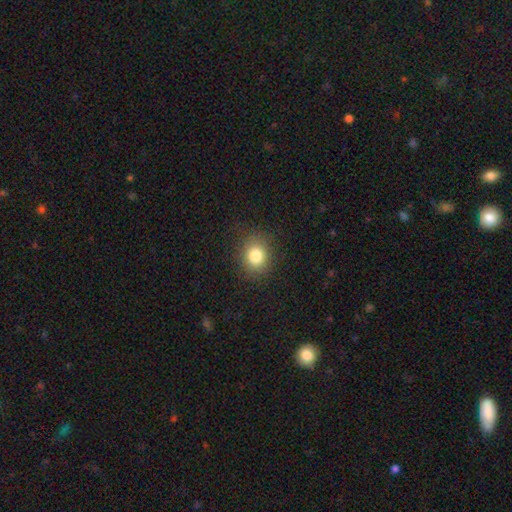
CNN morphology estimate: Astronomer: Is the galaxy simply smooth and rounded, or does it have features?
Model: smooth — 82%.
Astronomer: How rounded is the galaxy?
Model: round — 71%.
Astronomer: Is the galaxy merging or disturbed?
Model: none — 86%.